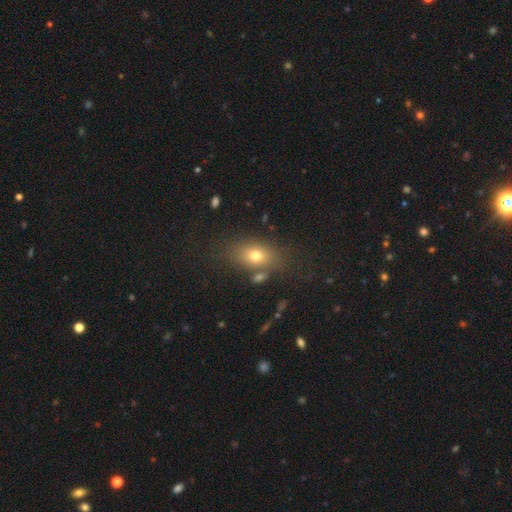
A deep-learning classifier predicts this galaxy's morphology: Q: Smooth or featured?
A: smooth (72%); runner-up: featured or disk (15%)
Q: How rounded?
A: in between (76%); runner-up: round (20%)
Q: Merging?
A: none (73%); runner-up: minor disturbance (13%)